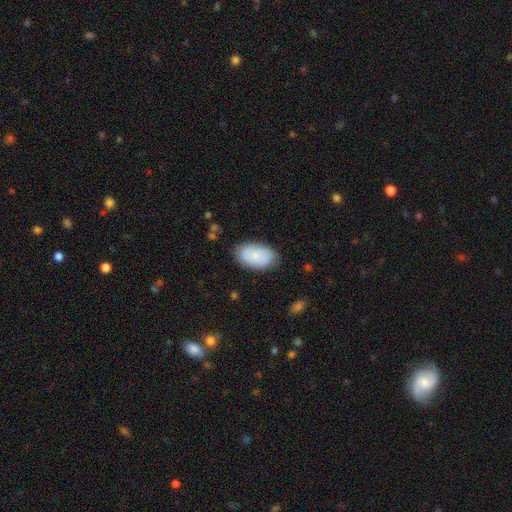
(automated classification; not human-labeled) A smooth galaxy with no disk features (71%) that is in between round and cigar-shaped (93%). Merging: none (79%).